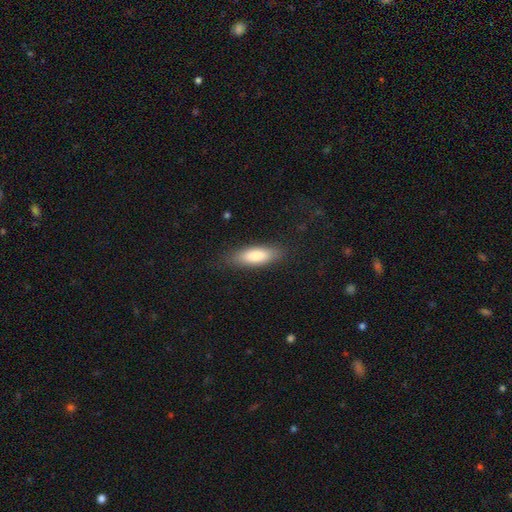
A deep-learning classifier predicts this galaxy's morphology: Smooth or featured?
  - smooth: 83% *
  - featured or disk: 12%
  - star or artifact: 6%
How rounded?
  - in between: 63% *
  - cigar-shaped: 35%
  - round: 2%
Merging?
  - none: 83% *
  - minor disturbance: 13%
  - major disturbance: 3%
  - merger: 1%